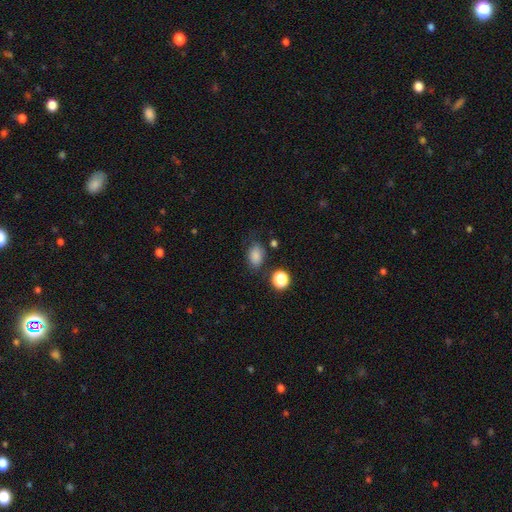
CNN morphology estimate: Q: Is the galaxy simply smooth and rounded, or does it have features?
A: smooth — 83%.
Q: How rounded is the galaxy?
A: in between — 80%.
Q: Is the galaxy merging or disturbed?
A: none — 69%.